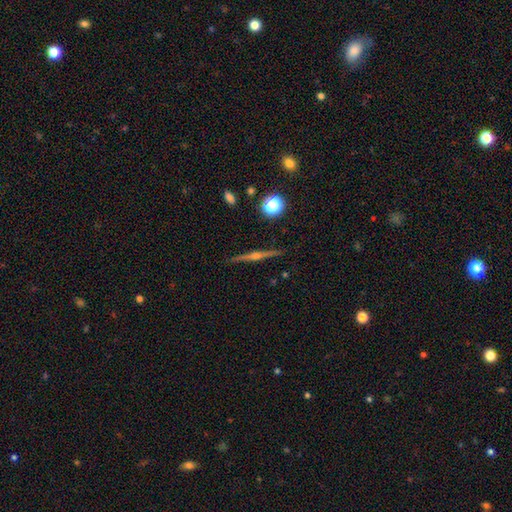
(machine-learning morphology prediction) Smooth or featured?
  - featured or disk: 81% *
  - smooth: 12%
  - star or artifact: 8%
Edge-on disk?
  - yes: 98% *
  - no: 2%
Edge-on bulge?
  - rounded: 91% *
  - none: 5%
  - boxy: 4%
Merging?
  - none: 91% *
  - minor disturbance: 6%
  - major disturbance: 1%
  - merger: 1%